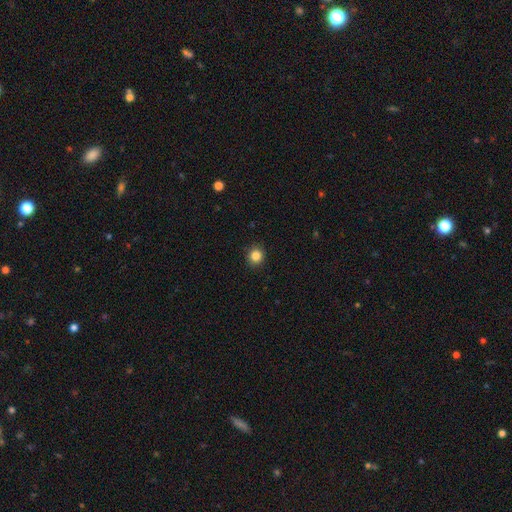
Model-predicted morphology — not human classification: Smooth or featured? smooth (85%)
How rounded? round (92%)
Merging? none (92%)